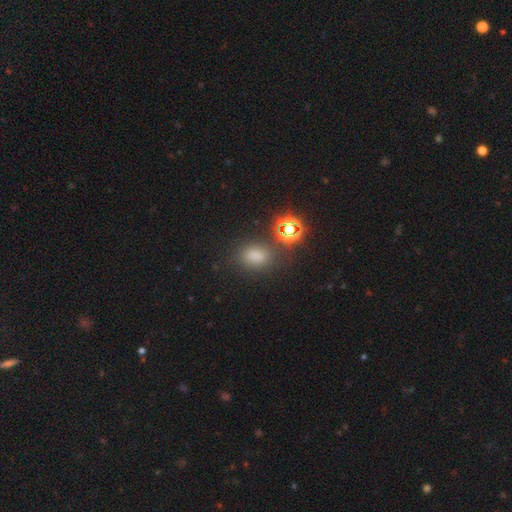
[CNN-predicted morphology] Smooth or featured? smooth (71%)
How rounded? in between (64%)
Merging? none (75%)